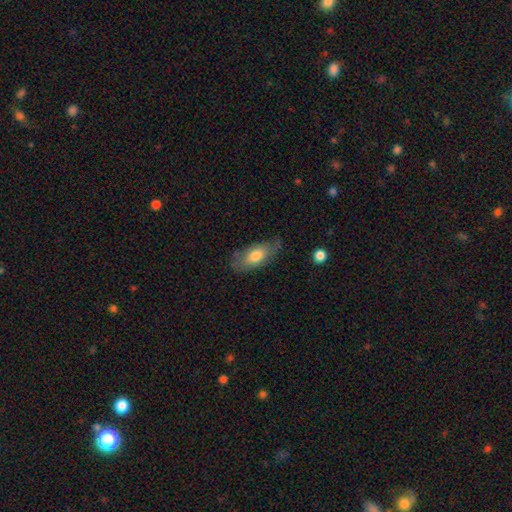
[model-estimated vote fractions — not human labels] This is likely a smooth galaxy (68%). How rounded: clearly in between (86%). Merging: likely none (65%).